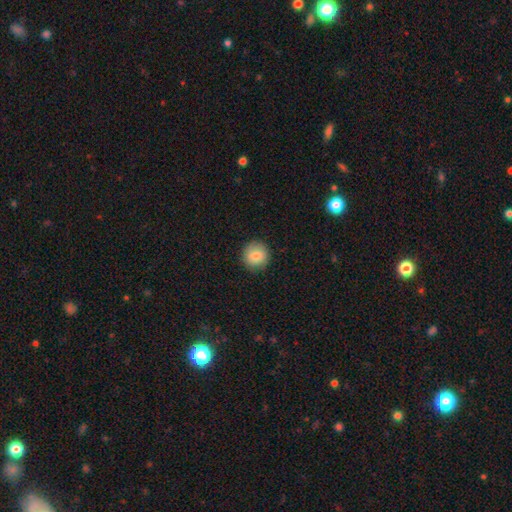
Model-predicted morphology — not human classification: A smooth galaxy with no disk features (84%) that is round (94%).

Vote fractions:
- Smooth or featured? smooth: 84% / star or artifact: 8% / featured or disk: 8%
- How rounded? round: 94% / in between: 5% / cigar-shaped: 1%
- Merging? none: 90% / minor disturbance: 7% / major disturbance: 2% / merger: 1%